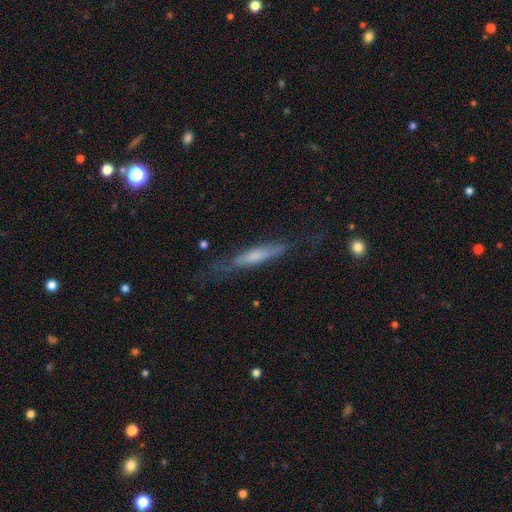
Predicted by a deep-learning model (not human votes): A smooth galaxy with no disk features (48%).

Vote fractions:
- Smooth or featured? smooth: 48% / featured or disk: 45% / star or artifact: 7%
- Merging? none: 62% / minor disturbance: 23% / major disturbance: 13% / merger: 2%